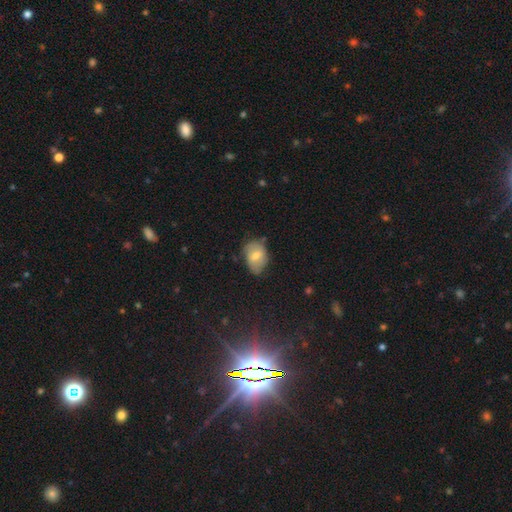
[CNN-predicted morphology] Overall: smooth (64%; featured or disk 28%). How rounded: in between (76%). Merging: none (55%; minor disturbance 34%).